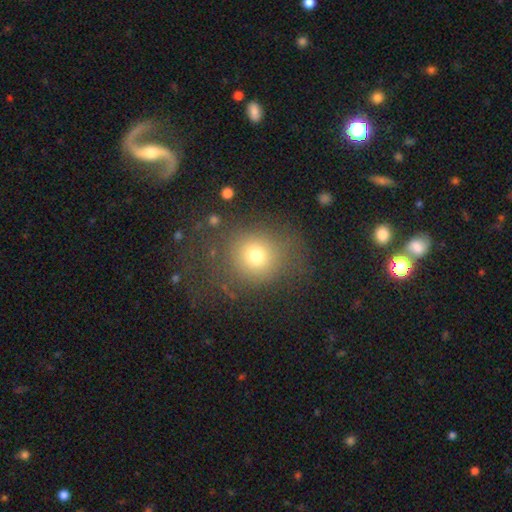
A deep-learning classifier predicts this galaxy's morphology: Smooth or featured? Predicted: smooth (p=0.73). How rounded? Predicted: round (p=0.81). Merging? Predicted: none (p=0.71).